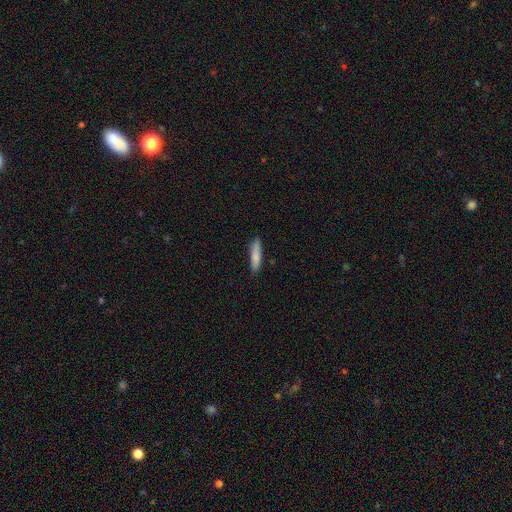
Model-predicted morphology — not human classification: Q: Smooth or featured?
A: smooth (82%); runner-up: featured or disk (13%)
Q: How rounded?
A: cigar-shaped (79%); runner-up: in between (19%)
Q: Merging?
A: none (87%); runner-up: minor disturbance (10%)